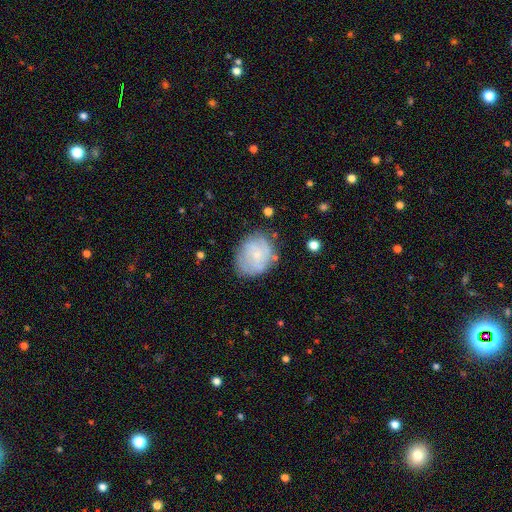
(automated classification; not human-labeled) smooth-or-featured: featured or disk: 52% | smooth: 40% | star or artifact: 8%
  disk-edge-on: no: 97% | yes: 3%
    bar: no: 80% | weak: 18% | strong: 3%
    has-spiral-arms: yes: 65% | no: 35%
    bulge-size: small: 78% | moderate: 16% | none: 3% | large: 1% | dominant: 1%
  merging: none: 70% | minor disturbance: 20% | major disturbance: 7% | merger: 2%